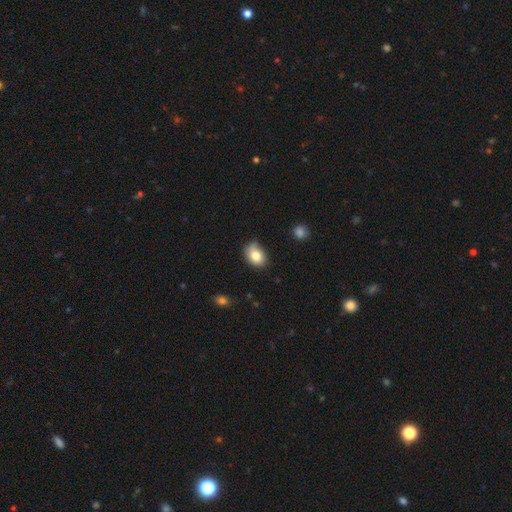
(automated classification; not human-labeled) This appears to be a smooth galaxy with no disk features (79%) that is in between round and cigar-shaped (68%). Merging: none (58%).